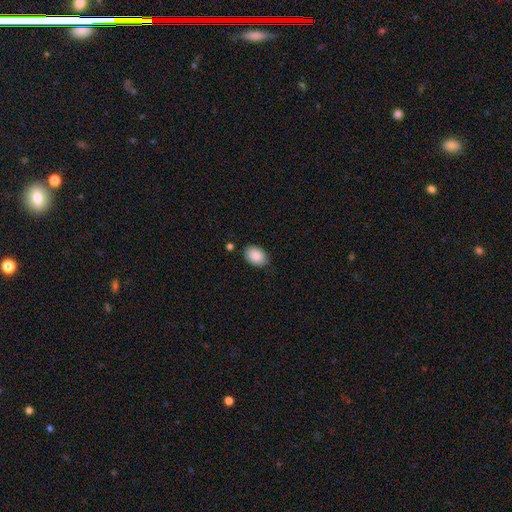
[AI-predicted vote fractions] A smooth galaxy with no disk features (89%) that is in between round and cigar-shaped (85%). Merging: none (81%).